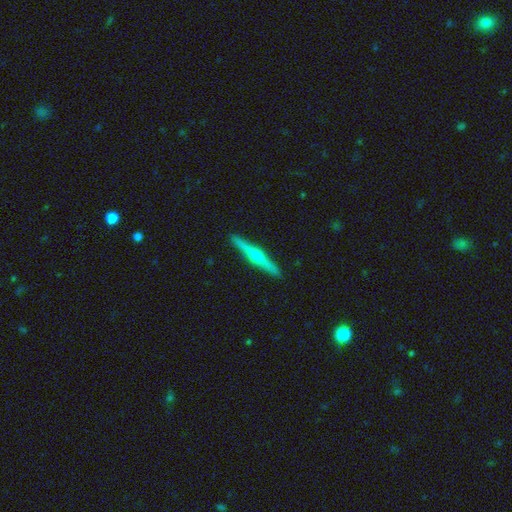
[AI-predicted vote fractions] A featured or disk galaxy (78%) viewed edge-on (98%) with a rounded central bulge (94%).

Vote fractions:
- Smooth or featured? featured or disk: 78% / smooth: 17% / star or artifact: 5%
- Edge-on disk? yes: 98% / no: 2%
- Edge-on bulge? rounded: 94% / none: 4% / boxy: 2%
- Merging? none: 92% / minor disturbance: 5% / major disturbance: 1% / merger: 1%